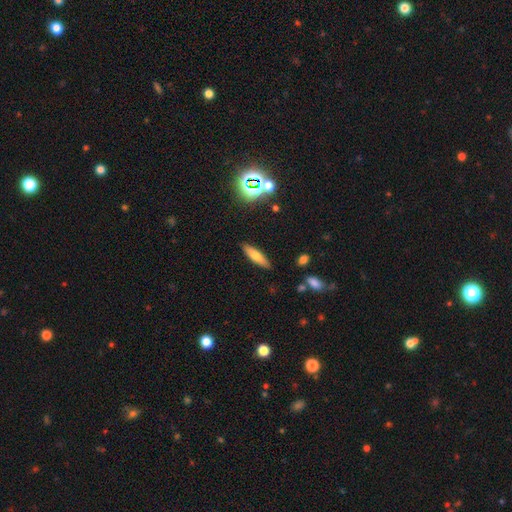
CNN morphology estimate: Smooth or featured: smooth — 67% (featured or disk — 23%)
How rounded: cigar-shaped — 70% (in between — 28%)
Merging: none — 88% (minor disturbance — 8%)